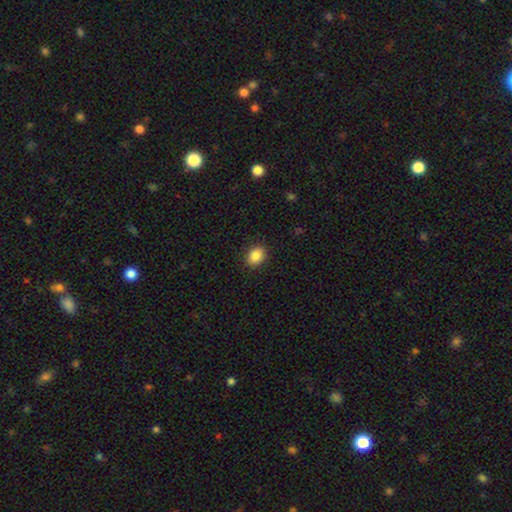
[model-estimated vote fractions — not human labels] Smooth or featured? smooth (87%)
How rounded? in between (55%)
Merging? none (88%)